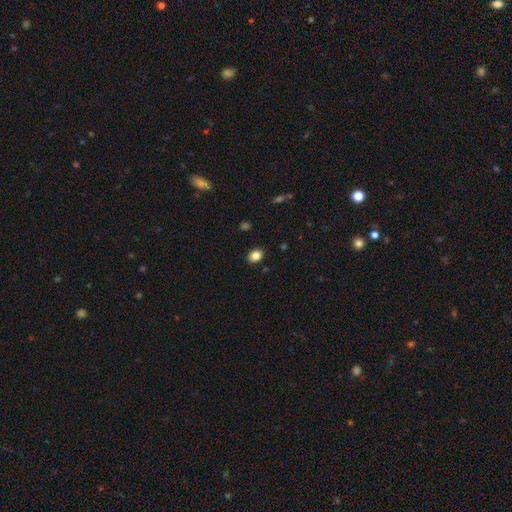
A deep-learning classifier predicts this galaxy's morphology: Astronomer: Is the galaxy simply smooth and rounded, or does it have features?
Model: smooth — 85%.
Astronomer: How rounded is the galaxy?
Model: in between — 59% (runner-up: round, 40%).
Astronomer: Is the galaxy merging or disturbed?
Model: none — 89%.